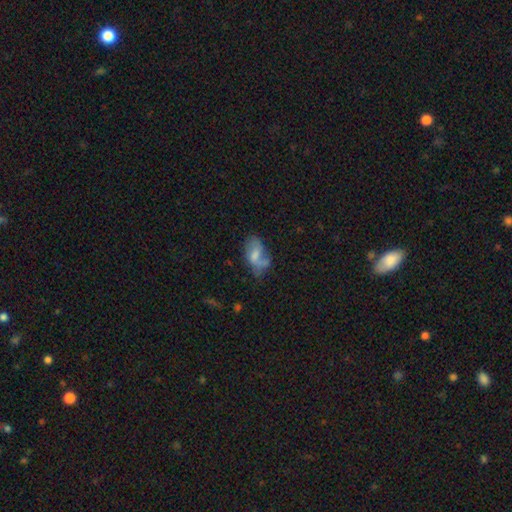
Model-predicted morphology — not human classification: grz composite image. It shows a smooth galaxy with no disk features (47%). Merging: none (36%).